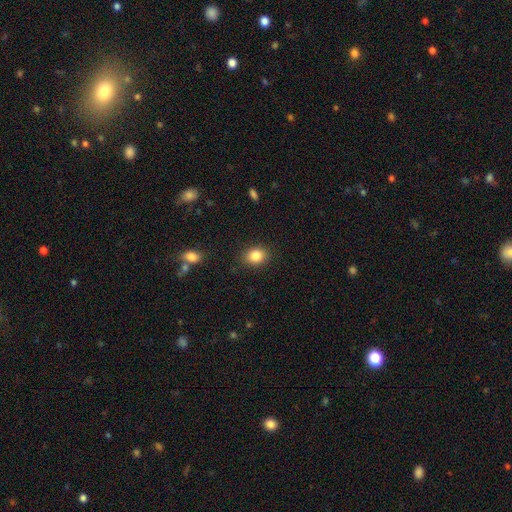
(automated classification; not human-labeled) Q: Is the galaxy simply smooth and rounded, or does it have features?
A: smooth — 85%.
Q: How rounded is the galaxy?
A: in between — 54%.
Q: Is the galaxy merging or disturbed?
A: none — 87%.